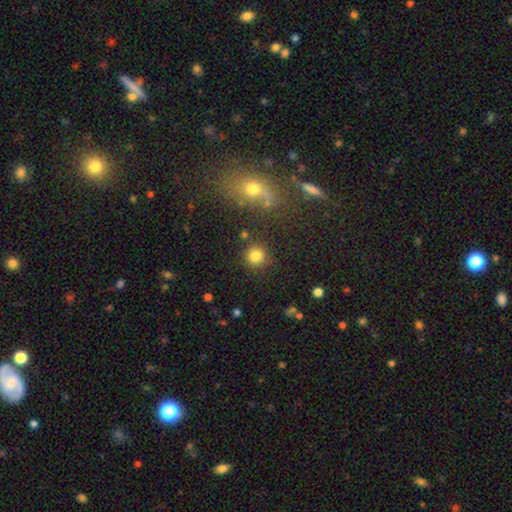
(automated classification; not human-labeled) The model was most divided on "smooth or featured": smooth: 82%, star or artifact: 13%, featured or disk: 5%. More confident: how rounded — round (91%); merging — none (84%).